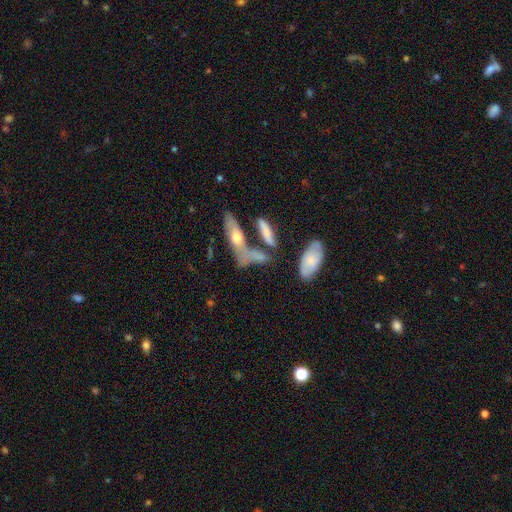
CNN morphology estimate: A smooth galaxy with no disk features (57%) that is in between round and cigar-shaped (49%).

Vote fractions:
- Smooth or featured? smooth: 57% / featured or disk: 34% / star or artifact: 9%
- How rounded? in between: 49% / cigar-shaped: 45% / round: 5%
- Merging? none: 38% / merger: 34% / minor disturbance: 17% / major disturbance: 12%